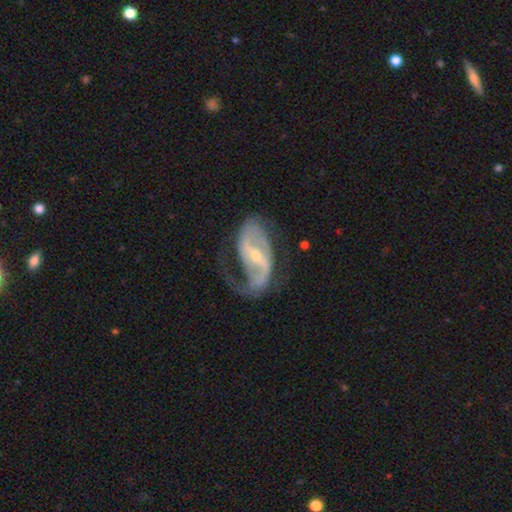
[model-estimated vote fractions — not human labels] Morphology: type=featured or disk (87%); edge-on=no (95%); bar=strong (53%); spiral arms=yes (92%); winding=medium (44%); arm count=2 (67%); bulge=small (57%); merging=none (45%).